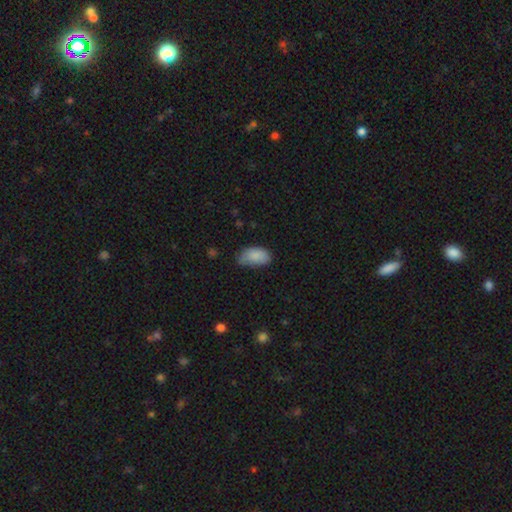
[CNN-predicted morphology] smooth-or-featured: smooth: 86% | featured or disk: 7% | star or artifact: 7%
  how-rounded: in between: 94% | round: 4% | cigar-shaped: 2%
  merging: none: 54% | minor disturbance: 36% | major disturbance: 8% | merger: 2%